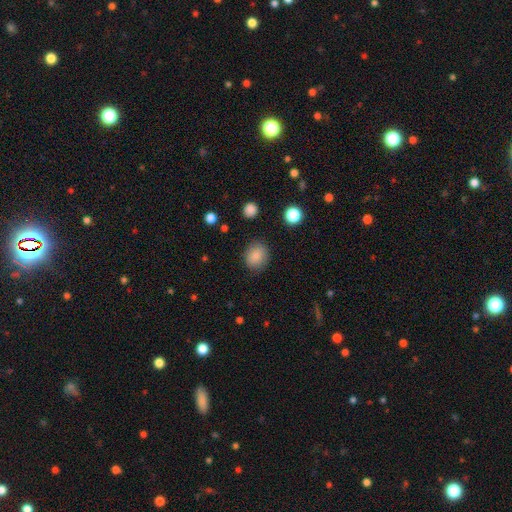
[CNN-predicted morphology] Smooth or featured? Predicted: smooth (p=0.86). How rounded? Predicted: round (p=0.64). Merging? Predicted: none (p=0.84).